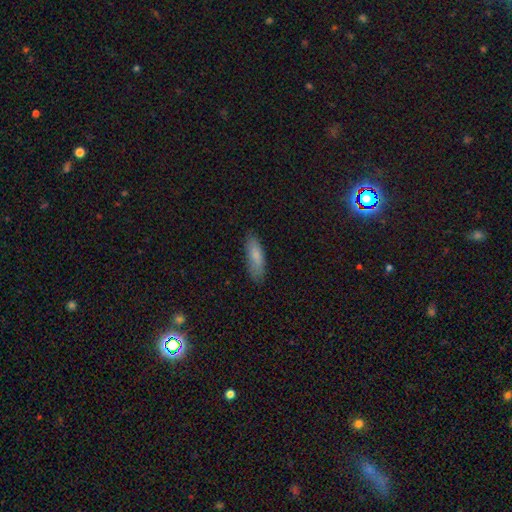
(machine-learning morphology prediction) smooth-or-featured: smooth: 82% | featured or disk: 11% | star or artifact: 6%
  how-rounded: in between: 53% | cigar-shaped: 46% | round: 2%
  merging: none: 78% | minor disturbance: 17% | major disturbance: 3% | merger: 1%